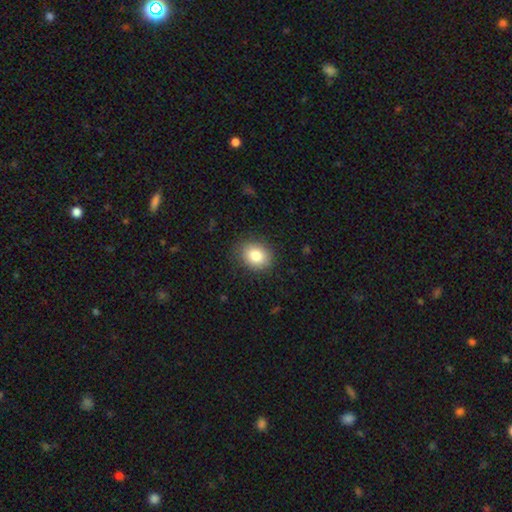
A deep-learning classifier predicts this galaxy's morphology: smooth_or_featured: smooth (p=0.82) [alt: star or artifact p=0.09]
how_rounded: round (p=0.56) [alt: in between p=0.43]
merging: none (p=0.84) [alt: minor disturbance p=0.12]